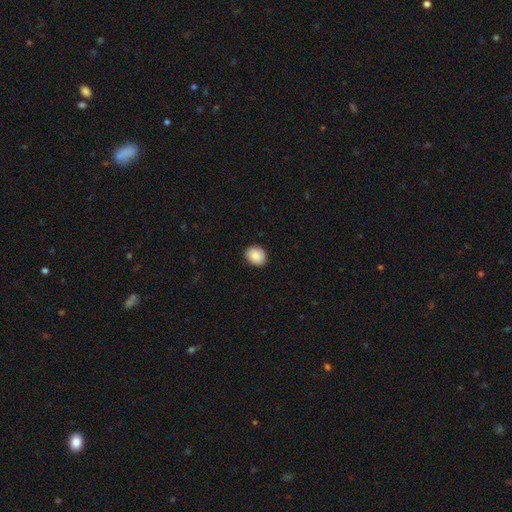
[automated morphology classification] A smooth galaxy with no disk features (87%) that is round (52%).

Vote fractions:
- Smooth or featured? smooth: 87% / star or artifact: 7% / featured or disk: 6%
- How rounded? round: 52% / in between: 47% / cigar-shaped: 1%
- Merging? none: 88% / minor disturbance: 9% / major disturbance: 2% / merger: 1%